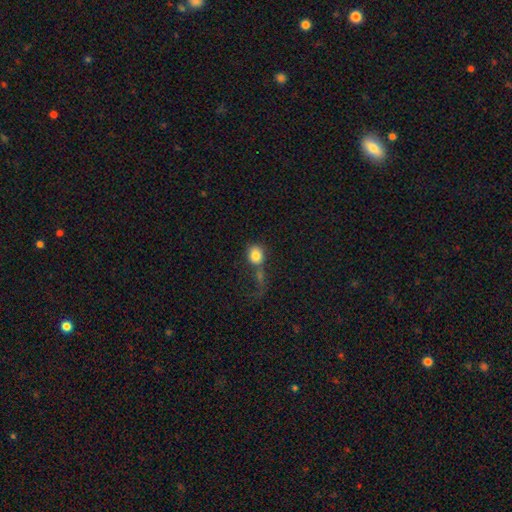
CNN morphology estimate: Smooth or featured? Predicted: smooth (p=0.81). How rounded? Predicted: round (p=0.65). Merging? Predicted: none (p=0.40).